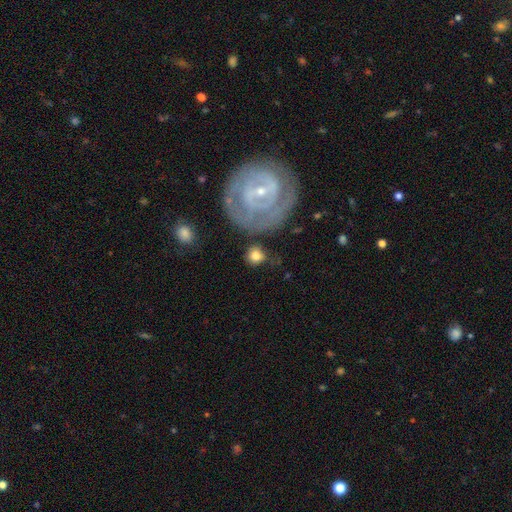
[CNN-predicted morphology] This appears to be a smooth galaxy with no disk features (68%) that is round (79%). Merging: none (67%).